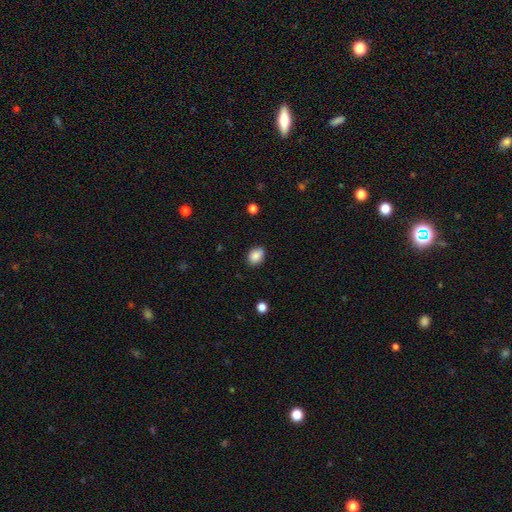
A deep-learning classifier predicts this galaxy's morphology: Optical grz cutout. It shows a smooth galaxy with no disk features (88%) that is in between round and cigar-shaped (71%). Merging: none (85%).